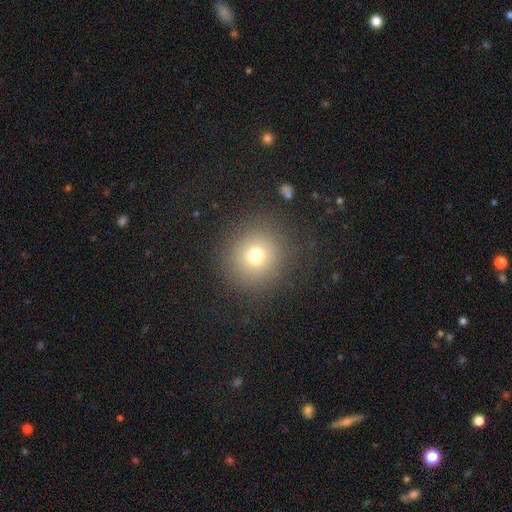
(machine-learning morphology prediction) This is likely a smooth galaxy (72%). How rounded: clearly round (92%). Merging: clearly none (86%).